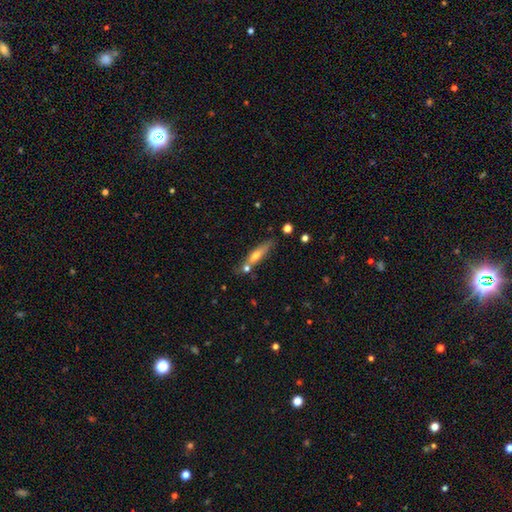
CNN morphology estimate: A smooth galaxy with no disk features (51%) that is cigar-shaped (79%). Merging: none (65%).